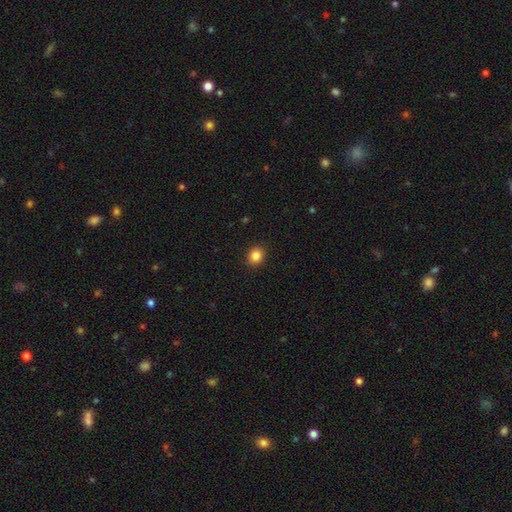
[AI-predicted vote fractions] Morphology: type=smooth (85%); roundness=round (73%); merging=none (91%).